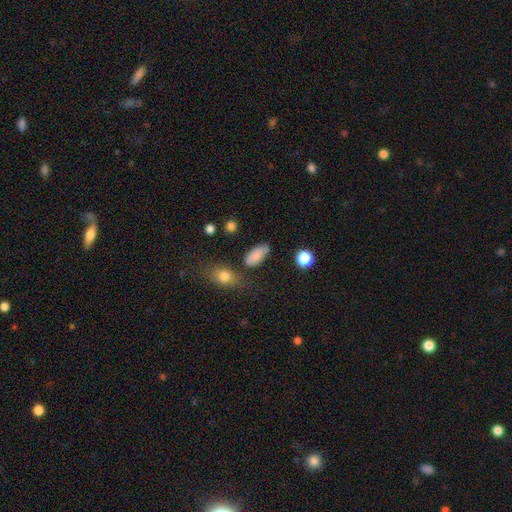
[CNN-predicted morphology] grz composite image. It shows a smooth galaxy with no disk features (83%) that is in between round and cigar-shaped (90%). Merging: none (62%).